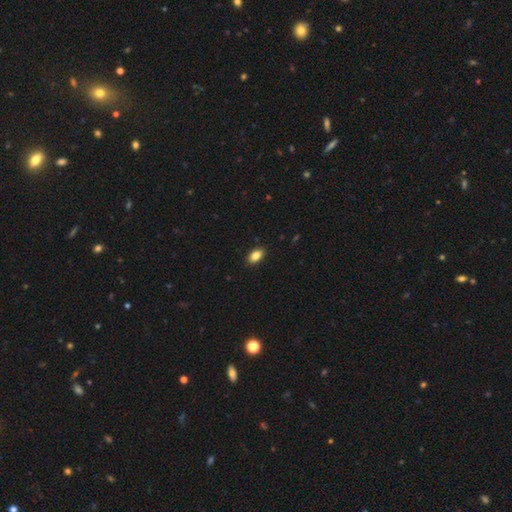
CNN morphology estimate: Overall: smooth (85%). How rounded: in between (91%). Merging: none (89%).